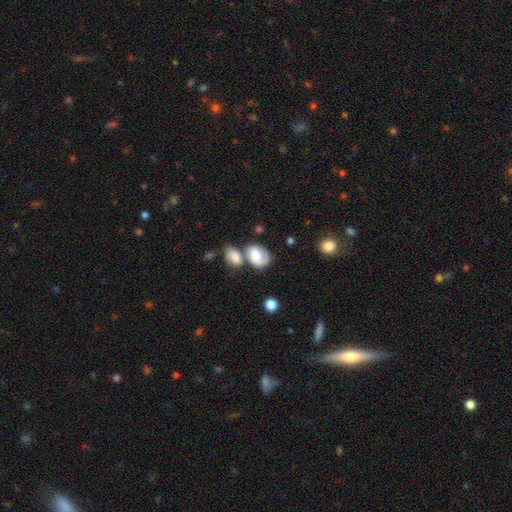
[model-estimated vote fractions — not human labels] smooth_or_featured: smooth (p=0.48) [alt: featured or disk p=0.44]
merging: merger (p=0.46) [alt: none p=0.26]